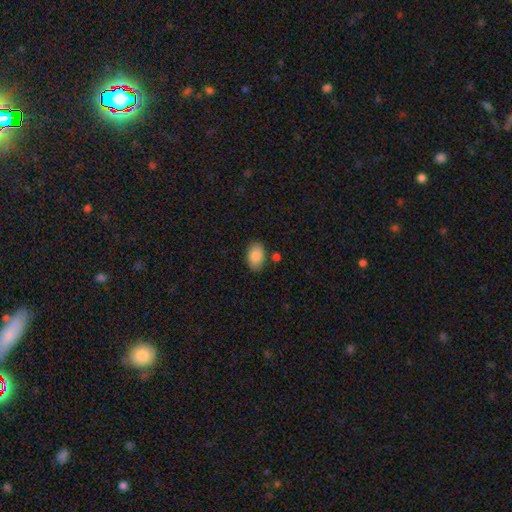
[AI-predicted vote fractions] A smooth galaxy with no disk features (84%) that is in between round and cigar-shaped (89%). Merging: none (82%).